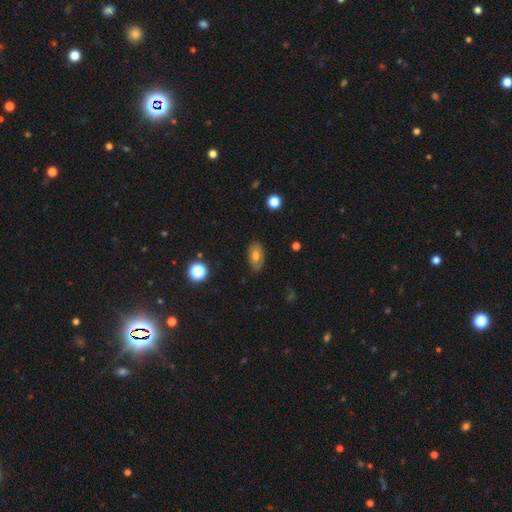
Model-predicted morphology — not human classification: Smooth or featured? Predicted: smooth (p=0.68). How rounded? Predicted: in between (p=0.89). Merging? Predicted: none (p=0.79).